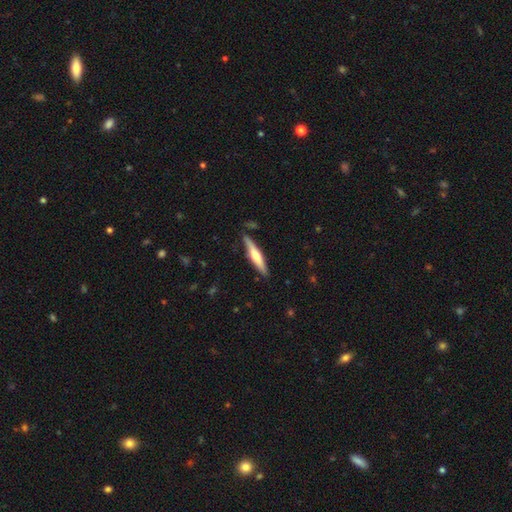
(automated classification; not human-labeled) Smooth or featured? featured or disk (50%)
Edge-on disk? yes (95%)
Merging? none (85%)